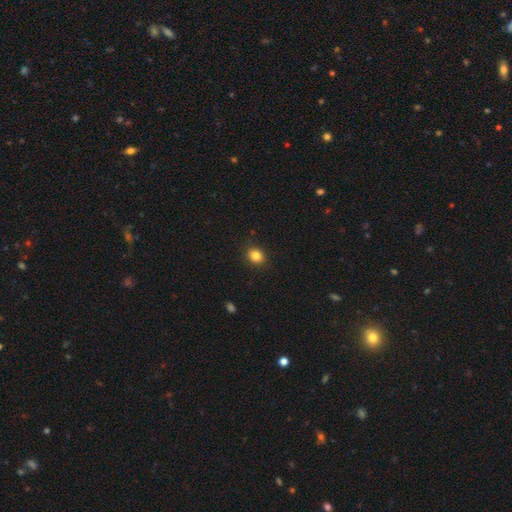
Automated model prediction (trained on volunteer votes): A smooth galaxy with no disk features (84%) that is round (64%).

Vote fractions:
- Smooth or featured? smooth: 84% / star or artifact: 11% / featured or disk: 5%
- How rounded? round: 64% / in between: 35% / cigar-shaped: 1%
- Merging? none: 90% / minor disturbance: 7% / major disturbance: 2% / merger: 1%